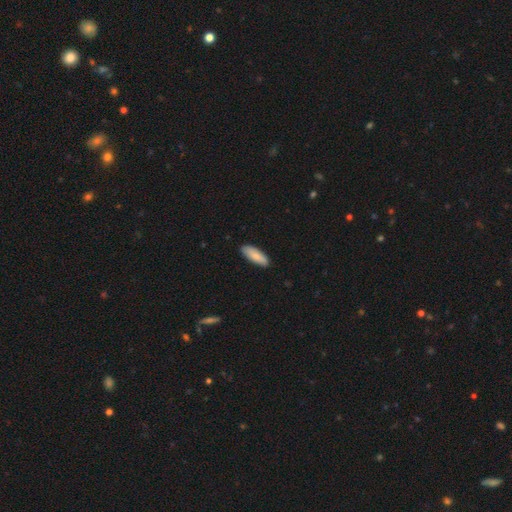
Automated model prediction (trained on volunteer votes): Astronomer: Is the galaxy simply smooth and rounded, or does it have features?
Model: smooth — 82%.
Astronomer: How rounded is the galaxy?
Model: in between — 66%.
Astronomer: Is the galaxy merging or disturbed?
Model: none — 87%.